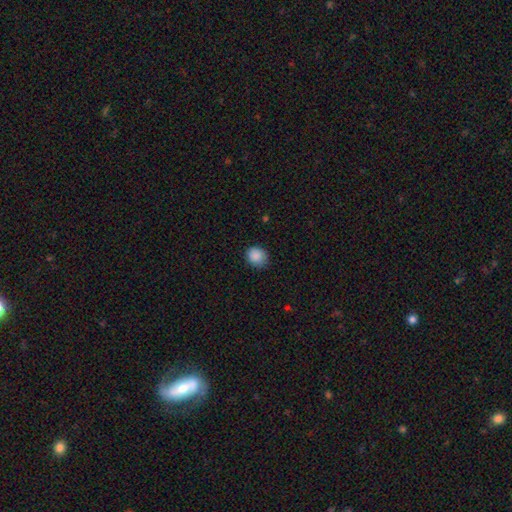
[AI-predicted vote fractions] A smooth galaxy with no disk features (88%) that is round (71%).

Vote fractions:
- Smooth or featured? smooth: 88% / star or artifact: 9% / featured or disk: 3%
- How rounded? round: 71% / in between: 29% / cigar-shaped: 1%
- Merging? none: 77% / minor disturbance: 19% / major disturbance: 3% / merger: 1%